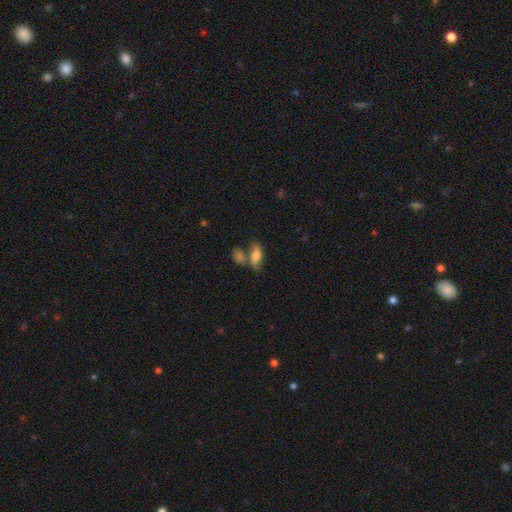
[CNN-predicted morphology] Smooth or featured?
  - smooth: 77% *
  - featured or disk: 14%
  - star or artifact: 8%
How rounded?
  - in between: 80% *
  - cigar-shaped: 16%
  - round: 5%
Merging?
  - none: 42% *
  - merger: 34%
  - minor disturbance: 16%
  - major disturbance: 8%